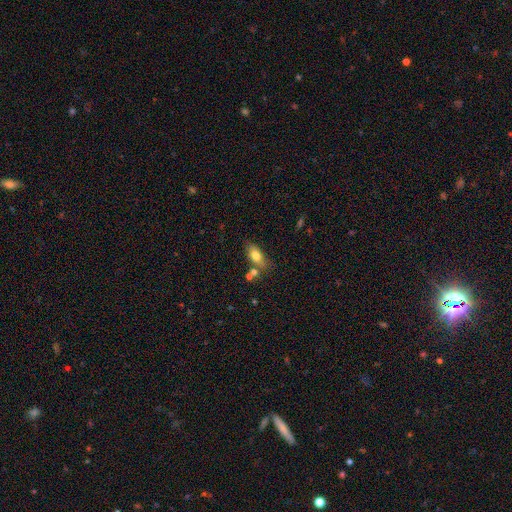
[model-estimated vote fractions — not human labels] Overall: smooth (73%). How rounded: in between (81%). Merging: none (66%).